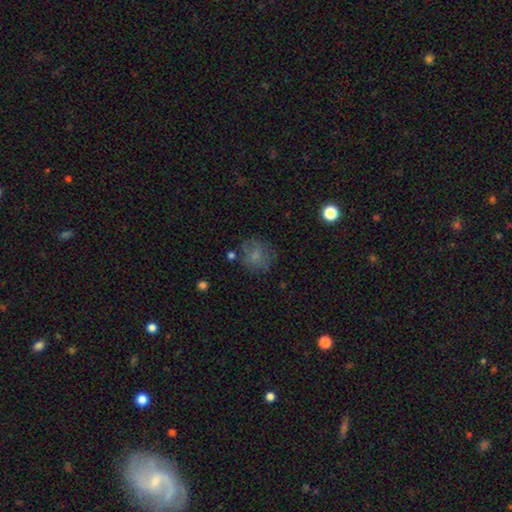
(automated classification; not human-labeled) This is likely a smooth galaxy (69%). How rounded: clearly round (80%). Merging: likely none (67%).